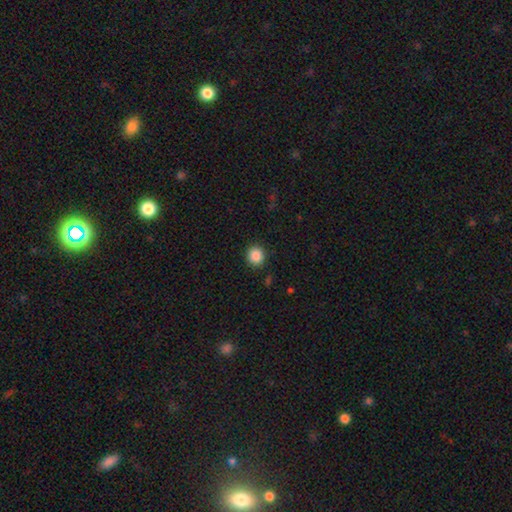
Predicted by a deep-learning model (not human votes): Morphology: type=smooth (87%); roundness=round (85%); merging=none (90%).